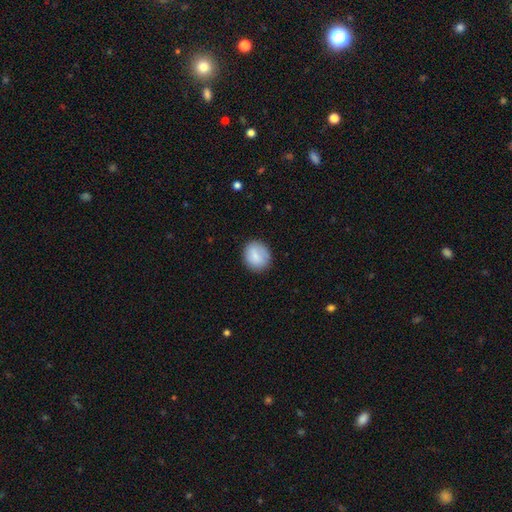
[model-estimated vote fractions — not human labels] Smooth or featured: smooth — 80% (featured or disk — 13%)
How rounded: round — 69% (in between — 30%)
Merging: none — 81% (minor disturbance — 14%)